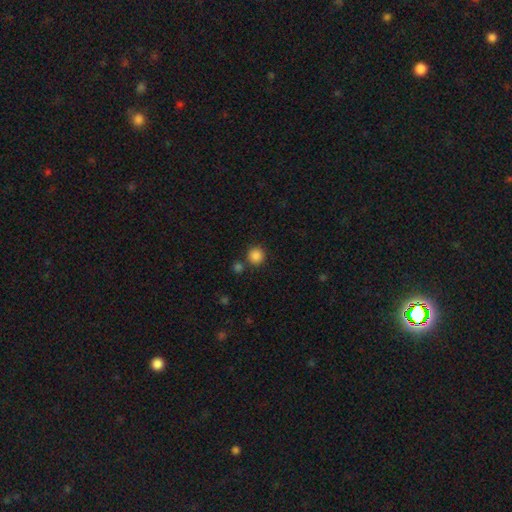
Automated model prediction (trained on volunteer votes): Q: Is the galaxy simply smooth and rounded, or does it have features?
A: smooth — 86%.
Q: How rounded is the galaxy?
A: round — 94%.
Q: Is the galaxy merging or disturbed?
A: none — 80%.